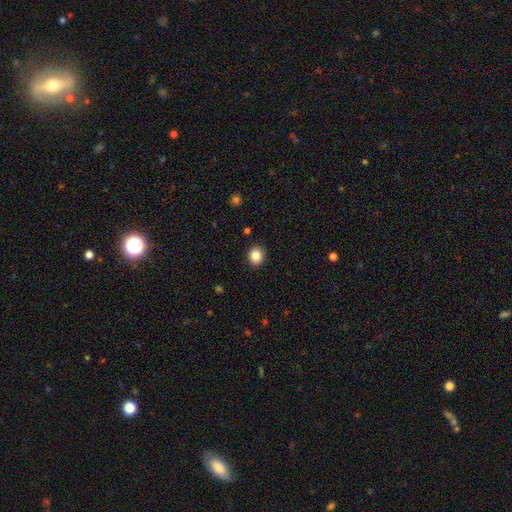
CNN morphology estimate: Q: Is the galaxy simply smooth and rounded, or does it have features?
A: smooth — 84%.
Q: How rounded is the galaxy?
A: round — 77%.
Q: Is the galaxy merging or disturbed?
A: none — 91%.